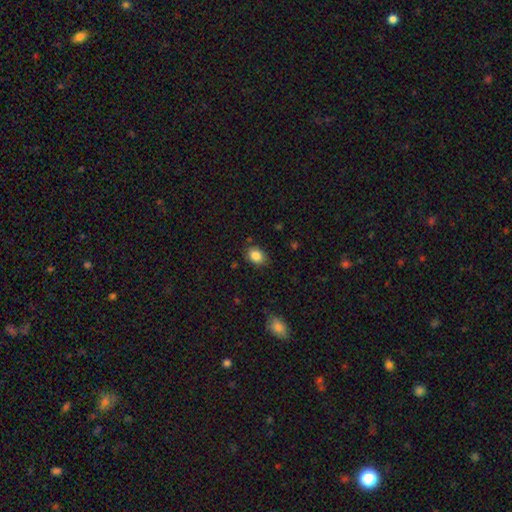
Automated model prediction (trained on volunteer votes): Overall: smooth (85%). How rounded: in between (72%). Merging: none (83%).